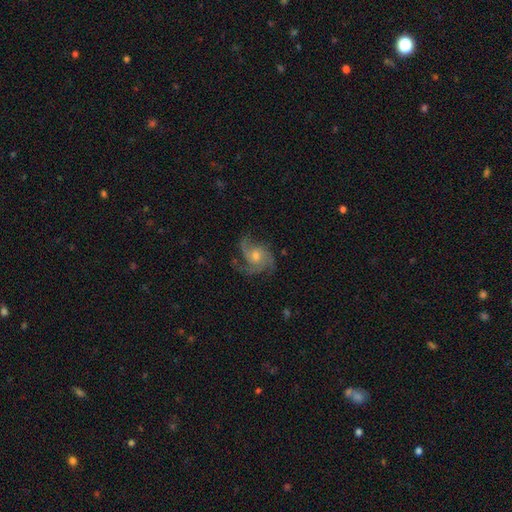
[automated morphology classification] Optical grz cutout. It shows a featured or disk galaxy (85%) with no bar (74%), 3 (57%) medium (54%) spiral arms (97%) and a moderate central bulge (54%). Merging: none (69%).